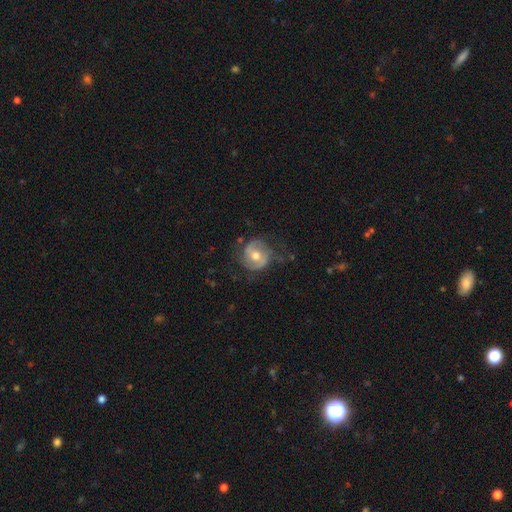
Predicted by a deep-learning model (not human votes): featured or disk 69%, smooth 25%, star or artifact 6%. Down the decision tree: edge-on disk — no (97%); bar — no (45%); spiral arms — yes (83%); spiral arm count — 2 (80%); spiral winding — medium (44%); bulge size — moderate (77%); merging — none (64%).